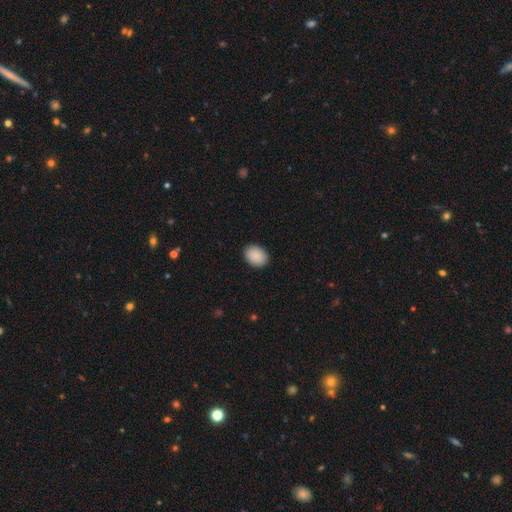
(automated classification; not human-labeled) Smooth or featured? smooth (91%)
How rounded? in between (68%)
Merging? none (90%)